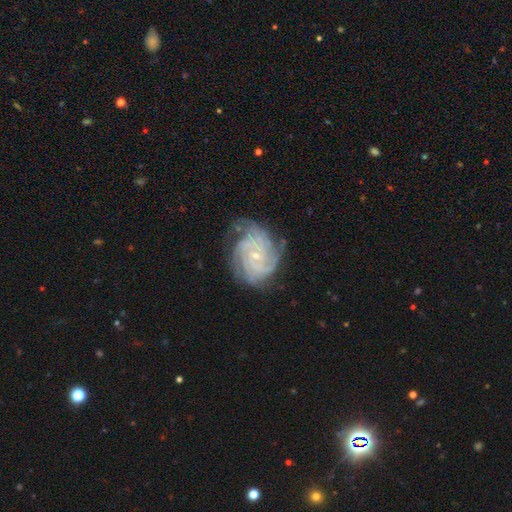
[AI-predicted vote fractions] Smooth or featured? Predicted: featured or disk (p=0.86). Edge-on disk? Predicted: no (p=0.98). Bar? Predicted: no (p=0.70). Spiral arms? Predicted: yes (p=0.98). Spiral winding? Predicted: tight (p=0.71). Spiral arm count? Predicted: 4 (p=0.29). Bulge size? Predicted: small (p=0.81). Merging? Predicted: none (p=0.71).